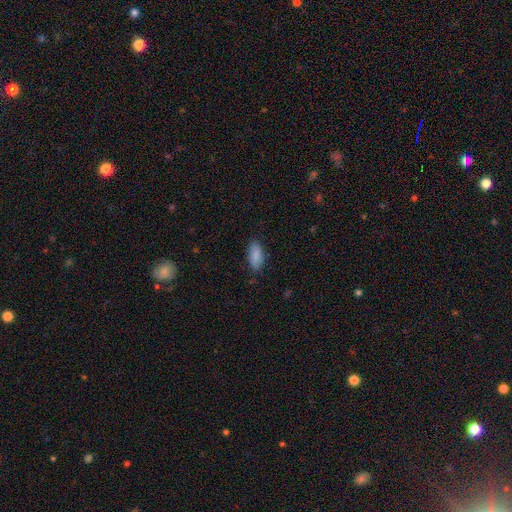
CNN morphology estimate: Smooth or featured? Predicted: smooth (p=0.86). How rounded? Predicted: in between (p=0.88). Merging? Predicted: none (p=0.79).